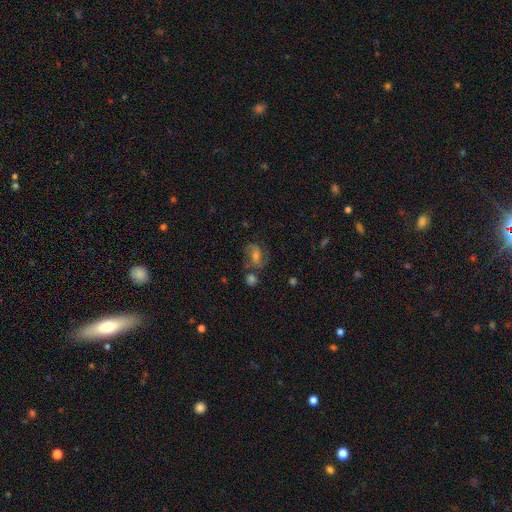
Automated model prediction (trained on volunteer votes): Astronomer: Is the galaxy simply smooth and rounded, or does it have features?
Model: featured or disk — 64%.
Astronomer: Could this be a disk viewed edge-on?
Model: no — 96%.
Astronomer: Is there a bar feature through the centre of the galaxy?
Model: weak — 47% (runner-up: no, 35%).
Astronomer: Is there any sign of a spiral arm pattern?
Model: yes — 90%.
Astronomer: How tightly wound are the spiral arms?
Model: medium — 54%.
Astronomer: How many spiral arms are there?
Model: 2 — 85%.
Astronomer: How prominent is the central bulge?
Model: moderate — 53% (runner-up: small, 32%).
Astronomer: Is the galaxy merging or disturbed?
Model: none — 67%.